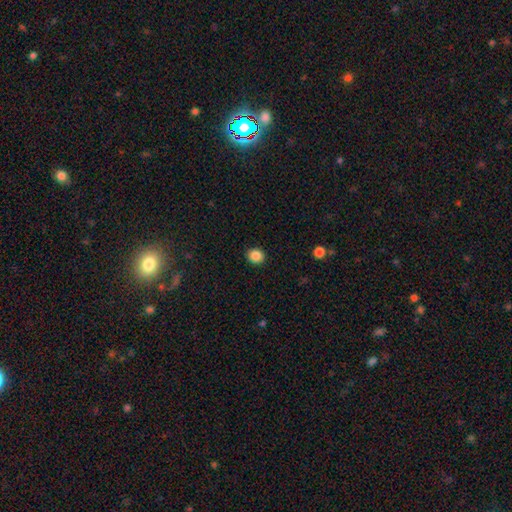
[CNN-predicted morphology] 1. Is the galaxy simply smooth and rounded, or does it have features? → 86% smooth, 10% star or artifact, 4% featured or disk.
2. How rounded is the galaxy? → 78% round, 21% in between, 1% cigar-shaped.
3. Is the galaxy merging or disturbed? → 91% none, 6% minor disturbance, 2% major disturbance, 1% merger.